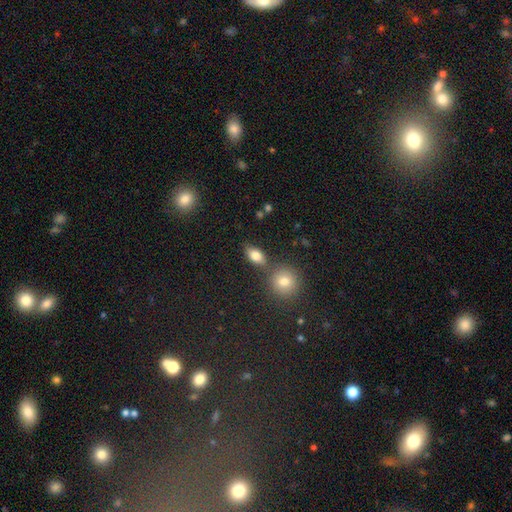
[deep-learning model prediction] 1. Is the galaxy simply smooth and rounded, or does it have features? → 79% smooth, 12% featured or disk, 10% star or artifact.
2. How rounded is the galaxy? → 82% in between, 12% round, 5% cigar-shaped.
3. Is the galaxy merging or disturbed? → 70% none, 15% merger, 12% minor disturbance, 4% major disturbance.